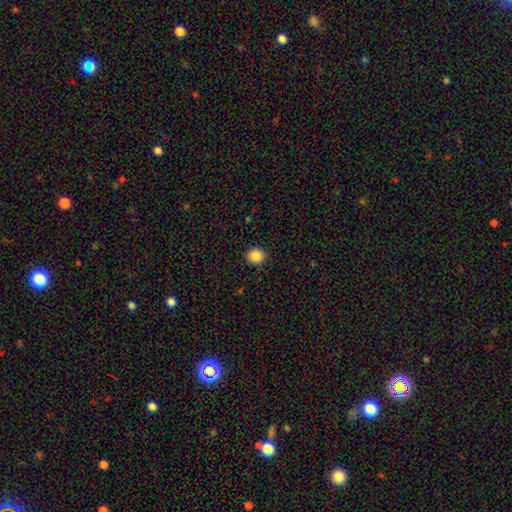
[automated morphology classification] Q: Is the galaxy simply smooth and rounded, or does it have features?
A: smooth — 87%.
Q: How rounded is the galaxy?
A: round — 85%.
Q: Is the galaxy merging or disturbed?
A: none — 91%.